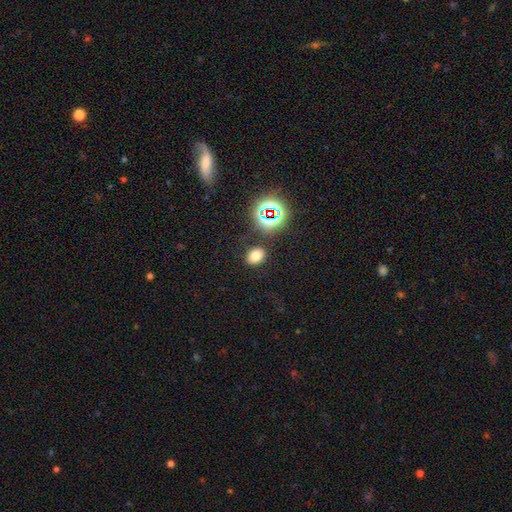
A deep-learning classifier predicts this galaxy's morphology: smooth 72%, star or artifact 21%, featured or disk 8%. Down the decision tree: how rounded — in between (65%); merging — none (82%).